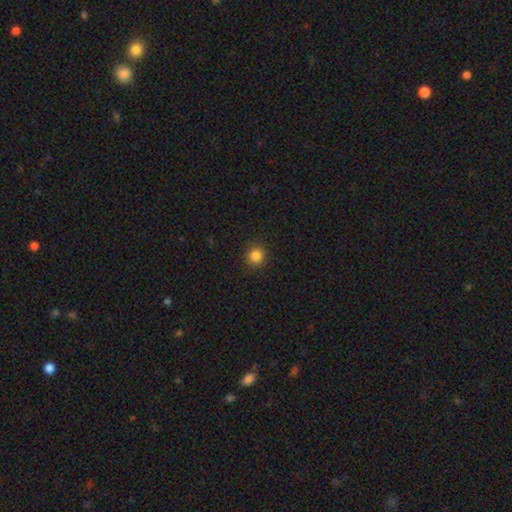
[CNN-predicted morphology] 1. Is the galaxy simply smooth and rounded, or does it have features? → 84% smooth, 12% star or artifact, 4% featured or disk.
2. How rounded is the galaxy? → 91% round, 8% in between, 1% cigar-shaped.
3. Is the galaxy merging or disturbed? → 90% none, 7% minor disturbance, 2% major disturbance, 1% merger.